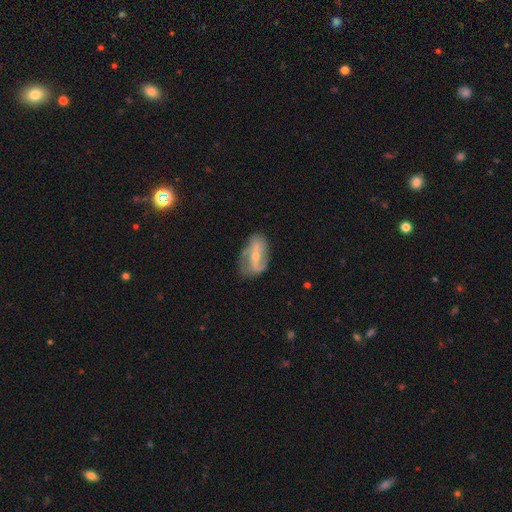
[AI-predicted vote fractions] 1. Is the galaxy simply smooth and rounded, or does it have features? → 74% featured or disk, 19% smooth, 6% star or artifact.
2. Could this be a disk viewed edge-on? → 94% no, 6% yes.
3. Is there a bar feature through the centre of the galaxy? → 37% strong, 35% weak, 28% no.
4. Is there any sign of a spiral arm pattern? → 85% yes, 15% no.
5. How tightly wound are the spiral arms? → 54% loose, 32% medium, 14% tight.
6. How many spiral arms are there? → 81% 2, 9% can't tell, 6% 1, 2% 3, 1% 4, 1% more than 4.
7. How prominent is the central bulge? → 51% small, 45% moderate, 2% none, 2% large, 1% dominant.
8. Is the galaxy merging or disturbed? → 62% none, 25% minor disturbance, 11% major disturbance, 2% merger.